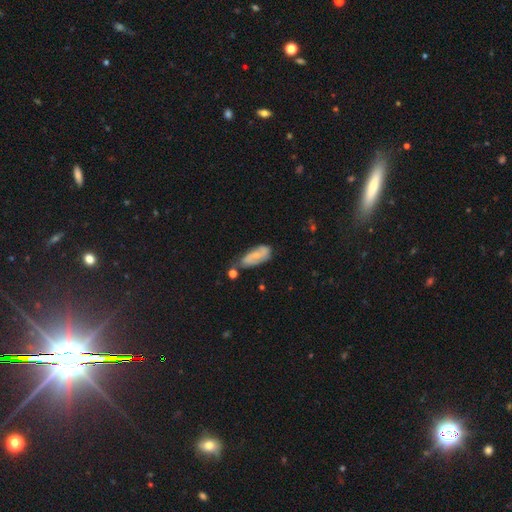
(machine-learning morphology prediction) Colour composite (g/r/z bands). It shows a featured or disk galaxy (51%). Merging: none (55%).